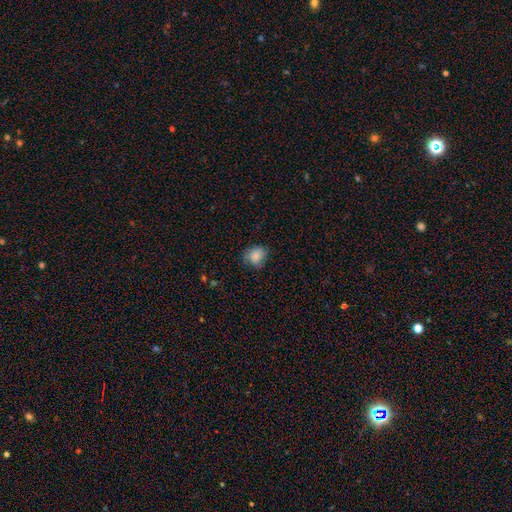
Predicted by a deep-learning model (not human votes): Smooth or featured? smooth (82%)
How rounded? round (61%)
Merging? none (65%)